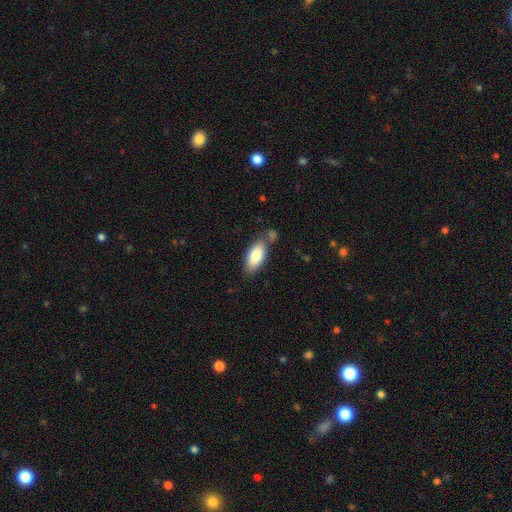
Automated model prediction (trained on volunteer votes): This is clearly a smooth galaxy (84%). How rounded: clearly in between (88%). Merging: likely none (63%).